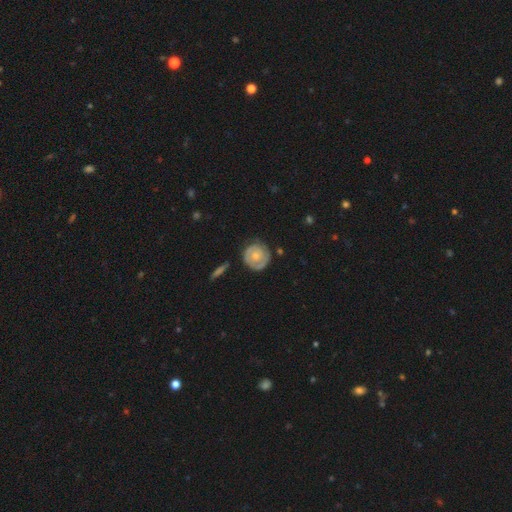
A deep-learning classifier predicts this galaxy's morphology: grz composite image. It shows a featured or disk galaxy (61%) with no bar (84%), spiral arms (71%) and a small central bulge (51%). Merging: none (73%).